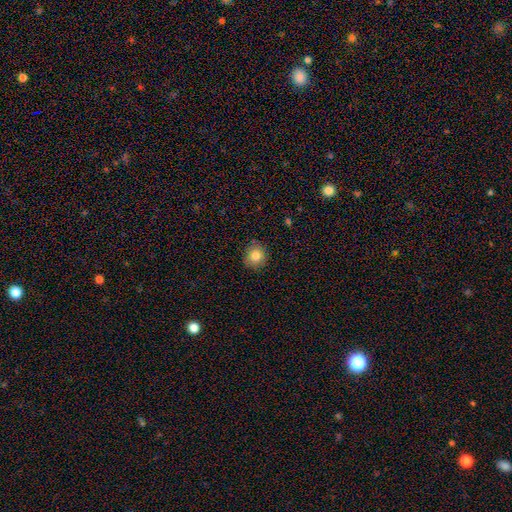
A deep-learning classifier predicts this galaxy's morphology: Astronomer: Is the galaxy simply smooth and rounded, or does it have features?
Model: smooth — 83%.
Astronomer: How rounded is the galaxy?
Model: round — 86%.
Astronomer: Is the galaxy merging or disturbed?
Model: none — 86%.